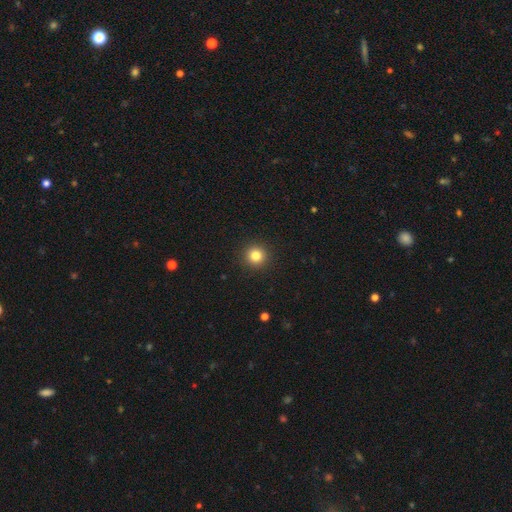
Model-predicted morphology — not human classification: A smooth galaxy with no disk features (83%) that is round (95%).

Vote fractions:
- Smooth or featured? smooth: 83% / star or artifact: 12% / featured or disk: 6%
- How rounded? round: 95% / in between: 4% / cigar-shaped: 1%
- Merging? none: 93% / minor disturbance: 4% / major disturbance: 2% / merger: 1%